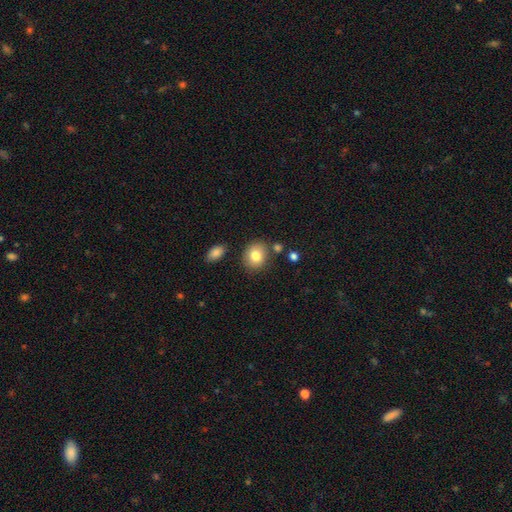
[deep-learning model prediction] Morphology: type=smooth (81%); roundness=round (64%); merging=none (79%).